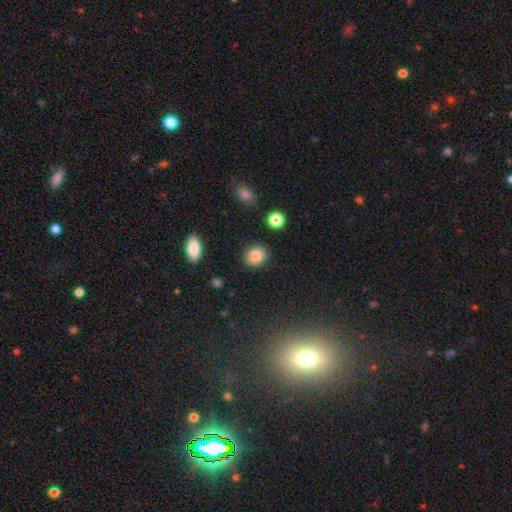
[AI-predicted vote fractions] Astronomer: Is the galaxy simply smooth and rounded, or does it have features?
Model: smooth — 85%.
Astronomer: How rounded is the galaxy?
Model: round — 73%.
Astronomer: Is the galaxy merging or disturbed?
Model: none — 86%.